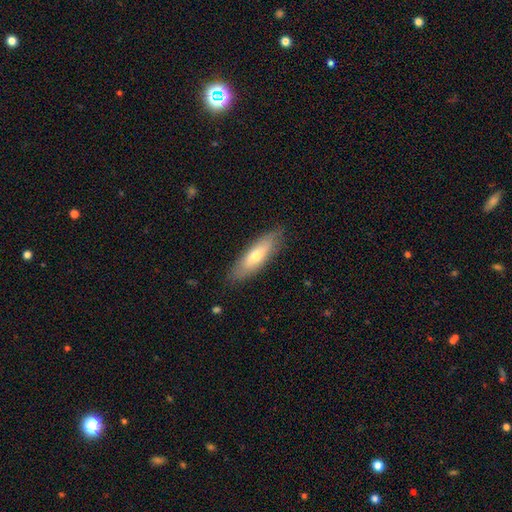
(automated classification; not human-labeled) Smooth or featured? Predicted: smooth (p=0.63). How rounded? Predicted: cigar-shaped (p=0.50). Merging? Predicted: none (p=0.84).